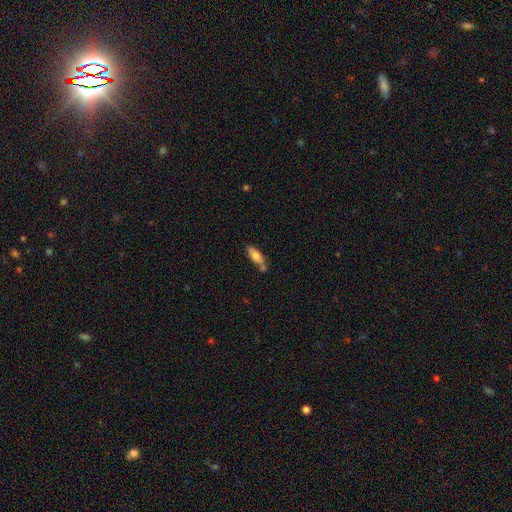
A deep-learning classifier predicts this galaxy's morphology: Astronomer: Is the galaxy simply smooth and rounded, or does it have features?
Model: smooth — 75%.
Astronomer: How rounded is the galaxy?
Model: in between — 58% (runner-up: cigar-shaped, 40%).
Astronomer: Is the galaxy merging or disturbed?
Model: none — 56%.